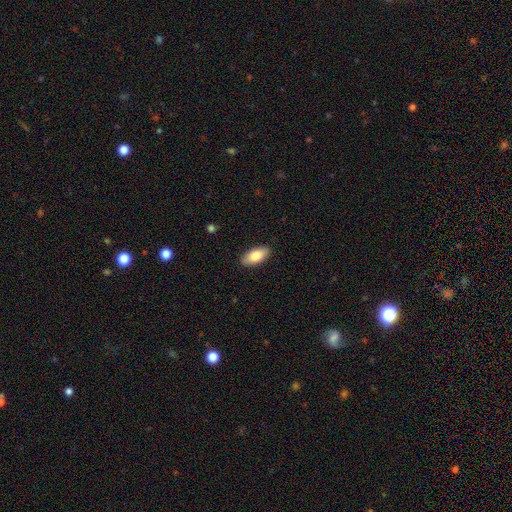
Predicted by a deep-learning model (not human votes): smooth_or_featured: smooth (p=0.82) [alt: featured or disk p=0.12]
how_rounded: in between (p=0.91) [alt: cigar-shaped p=0.07]
merging: none (p=0.89) [alt: minor disturbance p=0.08]